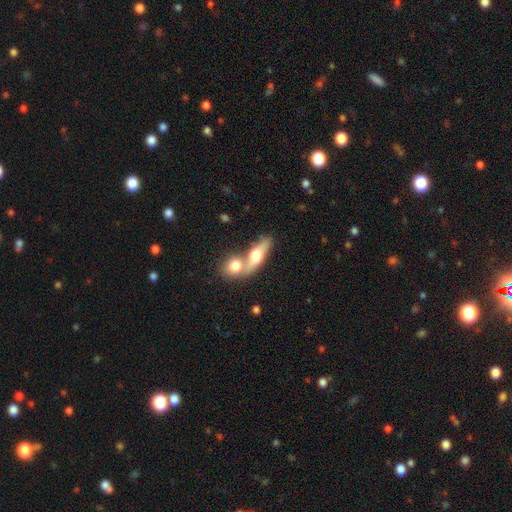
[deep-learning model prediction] Smooth or featured: smooth — 58% (featured or disk — 36%)
How rounded: in between — 55% (cigar-shaped — 34%)
Merging: merger — 59% (none — 30%)